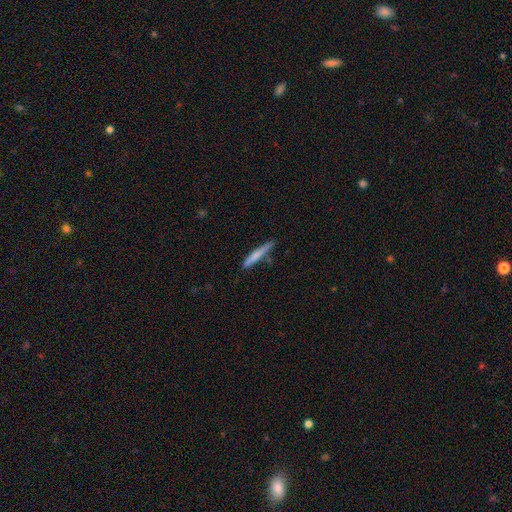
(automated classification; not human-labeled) Smooth or featured: smooth — 69% (featured or disk — 26%)
How rounded: cigar-shaped — 94% (in between — 4%)
Merging: none — 75% (minor disturbance — 17%)